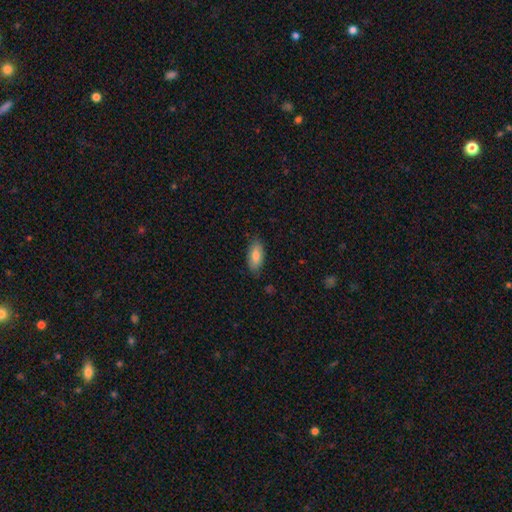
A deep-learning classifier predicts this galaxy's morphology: type=smooth (80%); roundness=in between (87%); merging=none (83%).